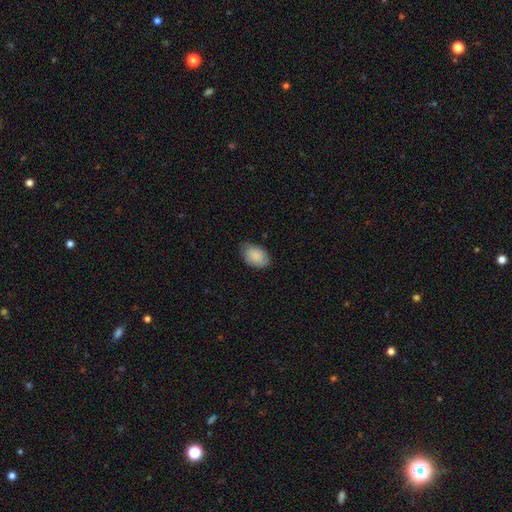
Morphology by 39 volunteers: Smooth or featured? smooth (85%)
How rounded? in between (79%)
Merging? none (65%)